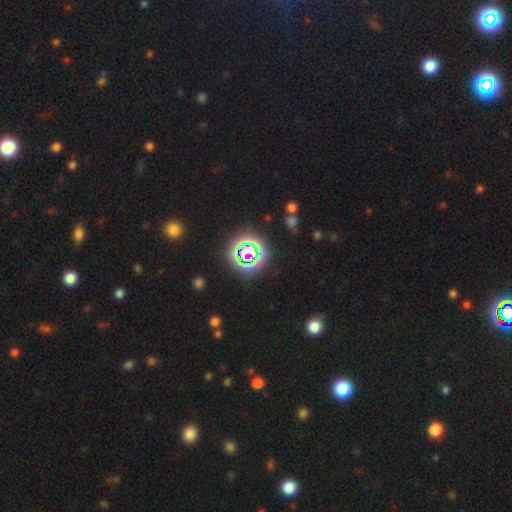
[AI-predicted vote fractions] Smooth or featured: star or artifact — 71% (smooth — 19%)